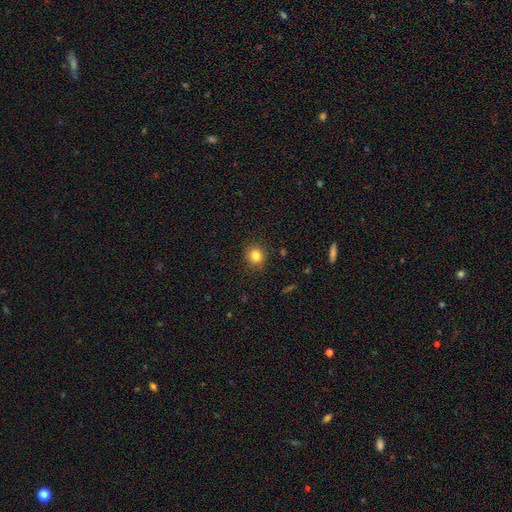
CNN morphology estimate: Overall: smooth (83%). How rounded: round (83%). Merging: none (88%).